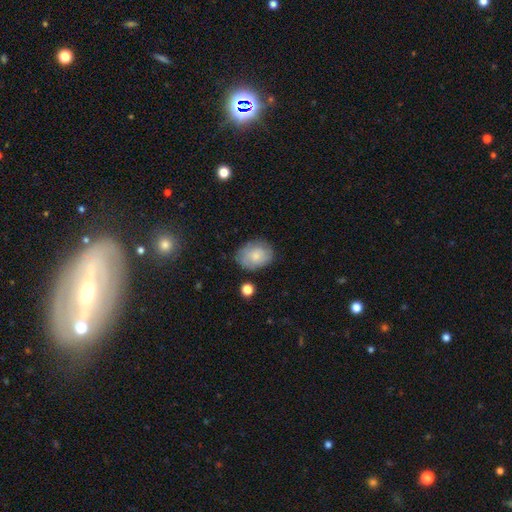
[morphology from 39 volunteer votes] Volunteers were most divided on "how rounded": in between: 63%, round: 37%, cigar-shaped: 0%. More confident: merging — none (80%); smooth or featured — smooth (77%).